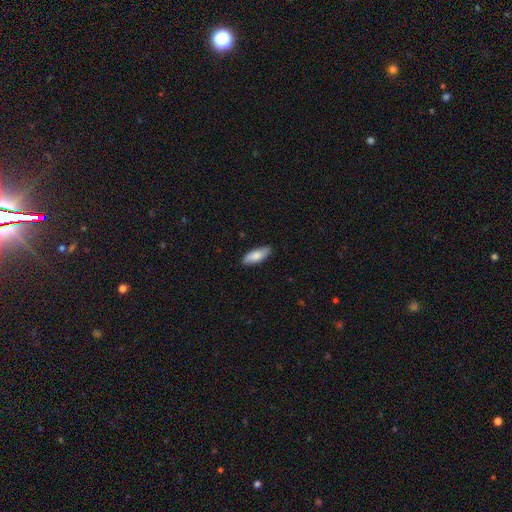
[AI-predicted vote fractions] Smooth or featured?
  - smooth: 81% *
  - featured or disk: 14%
  - star or artifact: 5%
How rounded?
  - in between: 67% *
  - cigar-shaped: 31%
  - round: 2%
Merging?
  - none: 88% *
  - minor disturbance: 10%
  - major disturbance: 2%
  - merger: 1%